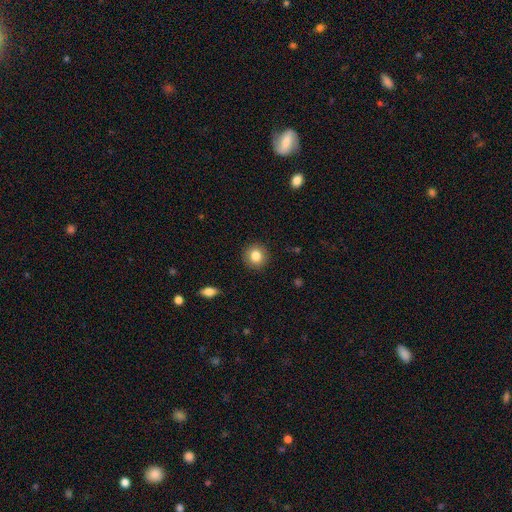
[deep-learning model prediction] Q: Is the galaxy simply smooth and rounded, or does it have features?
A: smooth — 83%.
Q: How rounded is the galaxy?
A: round — 90%.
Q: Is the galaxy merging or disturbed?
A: none — 91%.